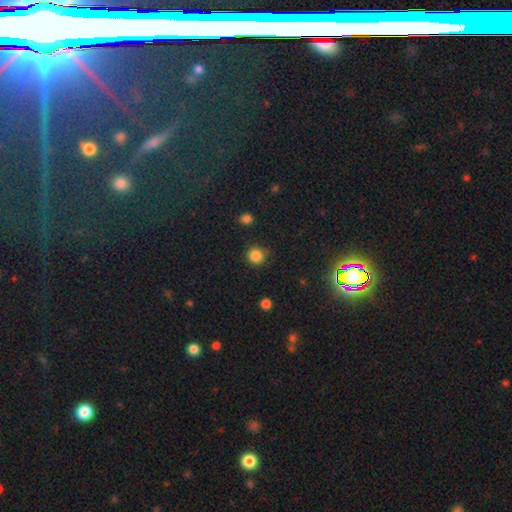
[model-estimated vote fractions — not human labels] This appears to be a smooth galaxy with no disk features (85%) that is round (93%). Merging: none (85%).